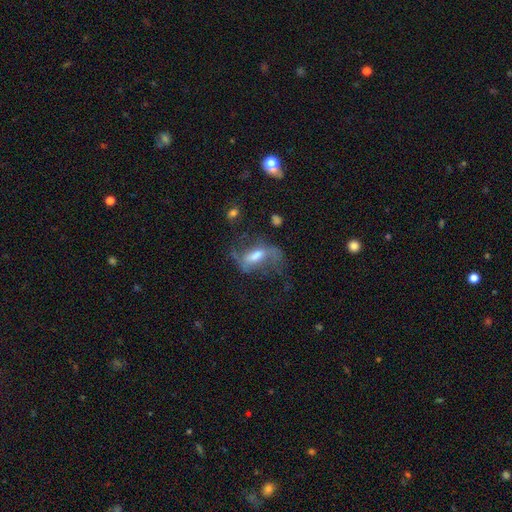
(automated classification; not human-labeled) Smooth or featured?
  - featured or disk: 63% *
  - smooth: 26%
  - star or artifact: 10%
Edge-on disk?
  - no: 87% *
  - yes: 13%
Bar?
  - weak: 41% *
  - strong: 37%
  - no: 22%
Spiral arms?
  - yes: 75% *
  - no: 25%
Bulge size?
  - moderate: 49% *
  - small: 21%
  - large: 18%
  - none: 10%
  - dominant: 2%
Merging?
  - none: 42% *
  - major disturbance: 33%
  - minor disturbance: 21%
  - merger: 4%